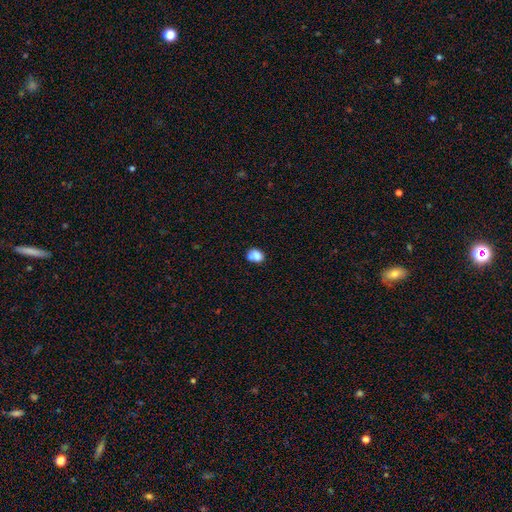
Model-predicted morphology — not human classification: Smooth or featured?
  - smooth: 80% *
  - featured or disk: 10%
  - star or artifact: 10%
How rounded?
  - in between: 60% *
  - round: 39%
  - cigar-shaped: 1%
Merging?
  - none: 45% *
  - merger: 27%
  - minor disturbance: 20%
  - major disturbance: 7%